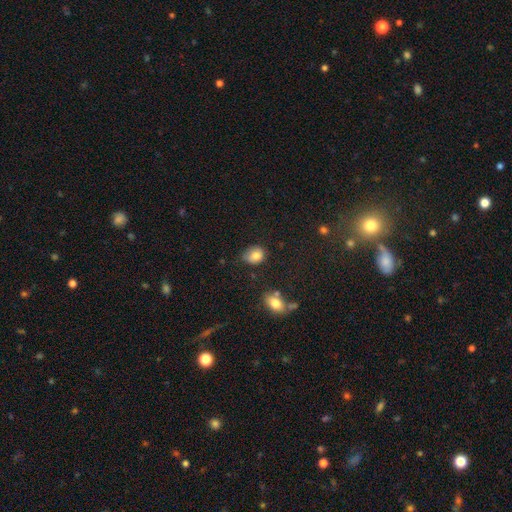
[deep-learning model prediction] Smooth or featured? Predicted: smooth (p=0.80). How rounded? Predicted: round (p=0.52). Merging? Predicted: none (p=0.53).